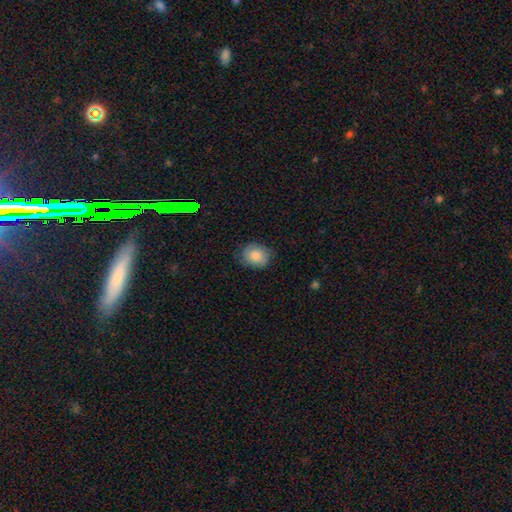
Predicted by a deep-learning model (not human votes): A smooth galaxy with no disk features (77%) that is round (56%). Merging: none (75%).